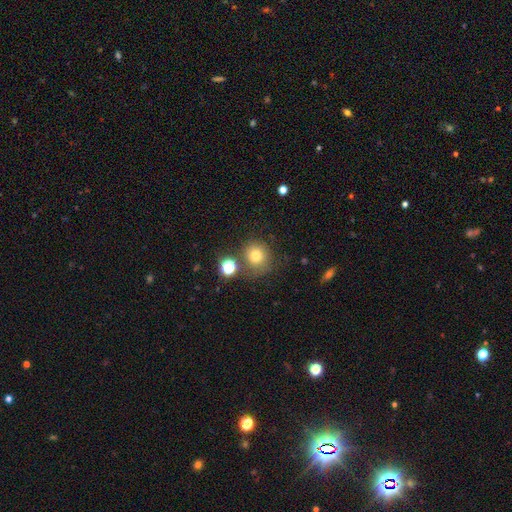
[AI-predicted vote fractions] Q: Smooth or featured?
A: smooth (75%); runner-up: star or artifact (16%)
Q: How rounded?
A: round (90%); runner-up: in between (10%)
Q: Merging?
A: none (70%); runner-up: minor disturbance (13%)